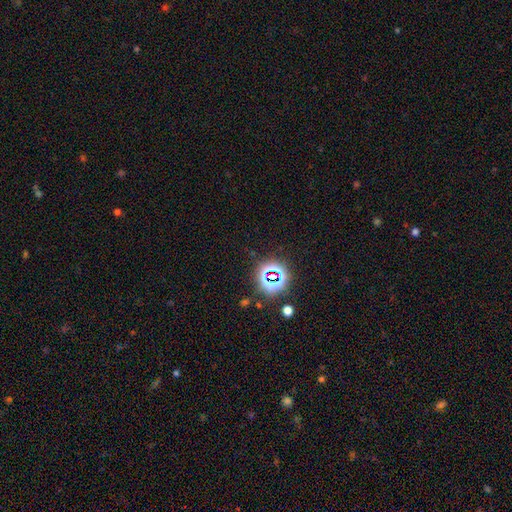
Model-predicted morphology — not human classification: type=star or artifact (75%).